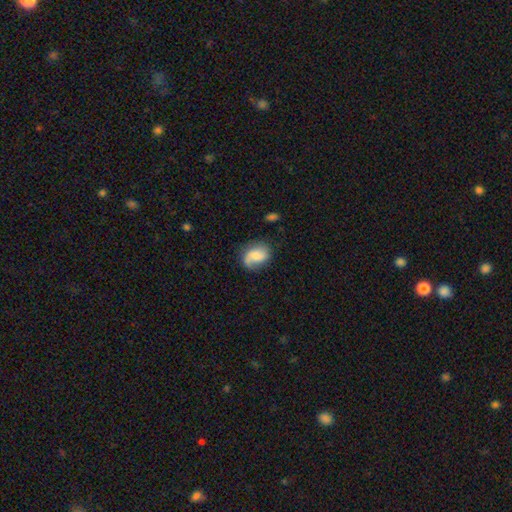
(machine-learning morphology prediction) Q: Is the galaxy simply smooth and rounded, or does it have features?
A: smooth — 47%.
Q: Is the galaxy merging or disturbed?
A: none — 62%.